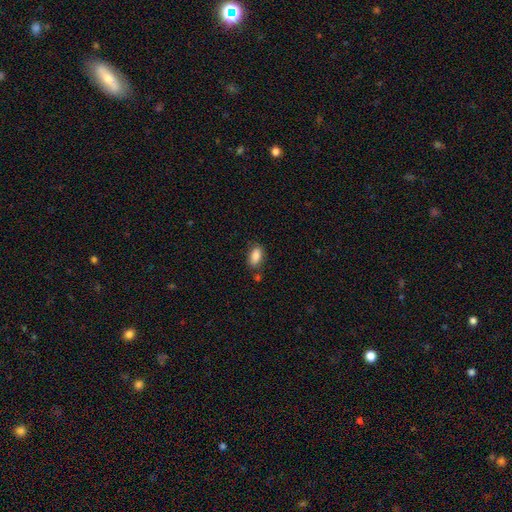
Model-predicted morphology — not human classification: Smooth or featured? smooth (87%)
How rounded? in between (90%)
Merging? none (78%)